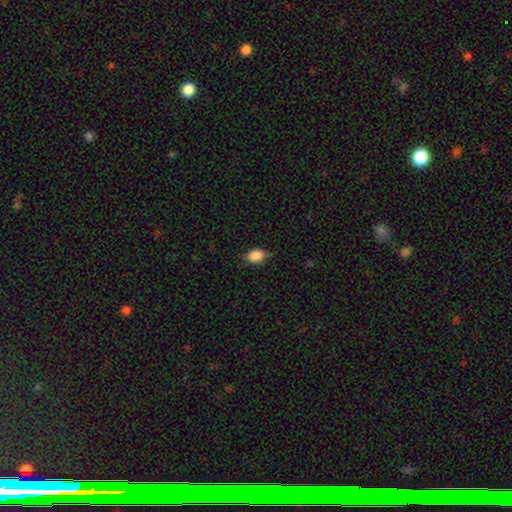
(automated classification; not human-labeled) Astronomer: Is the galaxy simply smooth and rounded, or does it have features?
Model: smooth — 86%.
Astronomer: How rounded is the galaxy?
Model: in between — 81%.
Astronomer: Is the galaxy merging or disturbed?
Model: none — 73%.